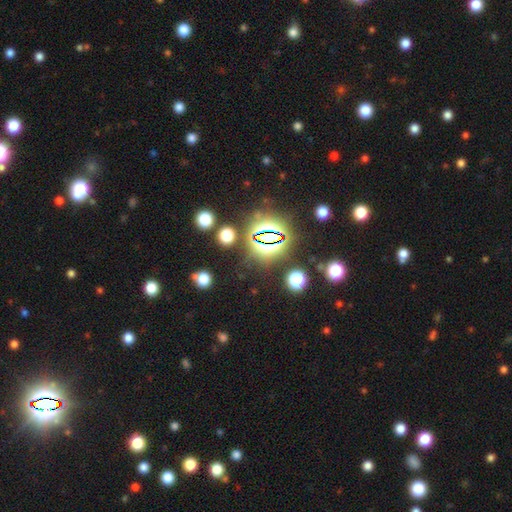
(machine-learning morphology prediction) A star or artifact, not a galaxy (79%).

Vote fractions:
- Smooth or featured? star or artifact: 79% / smooth: 13% / featured or disk: 8%